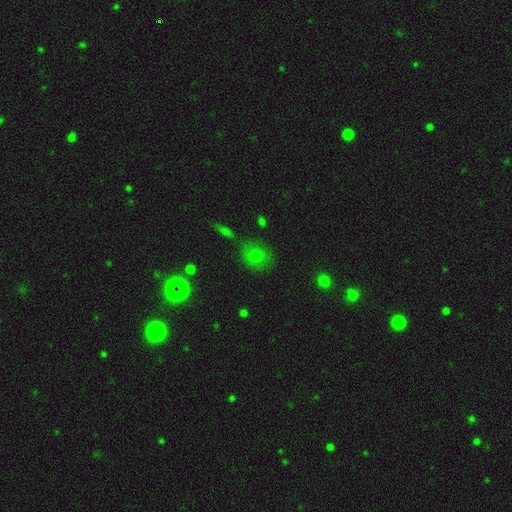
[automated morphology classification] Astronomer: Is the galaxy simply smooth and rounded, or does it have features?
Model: smooth — 70%.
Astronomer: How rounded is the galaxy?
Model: round — 74%.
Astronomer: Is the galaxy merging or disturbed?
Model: none — 71%.